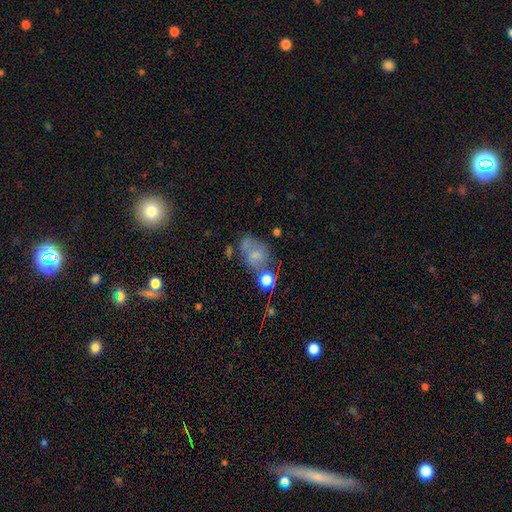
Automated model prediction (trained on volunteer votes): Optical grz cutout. It shows a smooth galaxy with no disk features (62%) that is in between round and cigar-shaped (63%). Merging: none (38%).